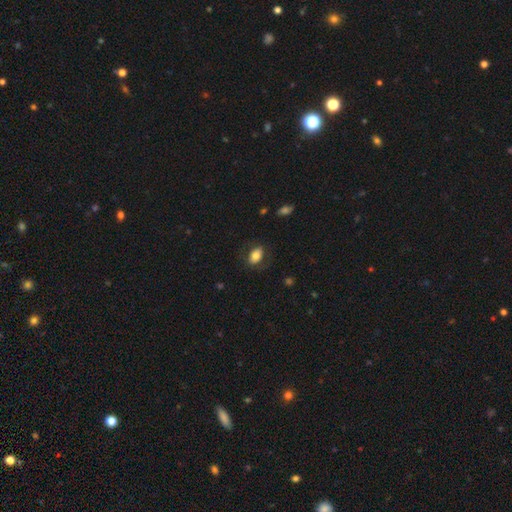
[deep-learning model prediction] smooth_or_featured: smooth (p=0.74) [alt: featured or disk p=0.18]
how_rounded: in between (p=0.87) [alt: round p=0.12]
merging: none (p=0.75) [alt: minor disturbance p=0.15]